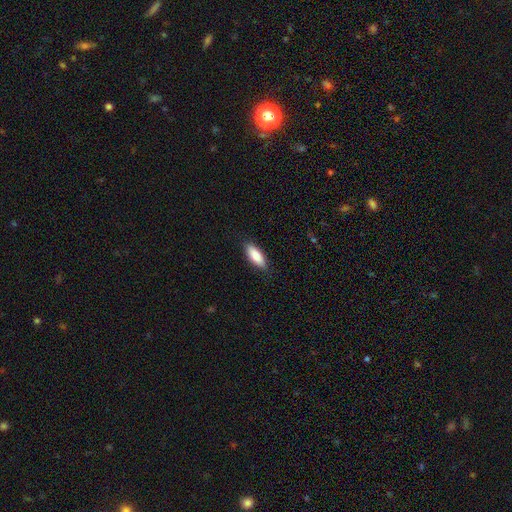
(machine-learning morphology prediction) The model was most divided on "how rounded": in between: 72%, cigar-shaped: 26%, round: 2%. More confident: smooth or featured — smooth (87%); merging — none (86%).